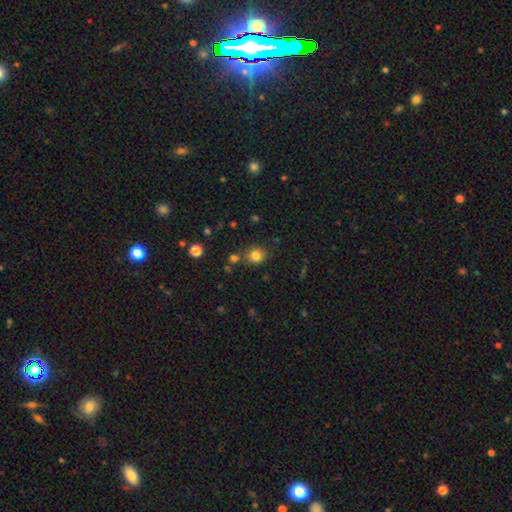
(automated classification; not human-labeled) smooth 81%, star or artifact 13%, featured or disk 6%. Down the decision tree: how rounded — round (86%); merging — none (78%).